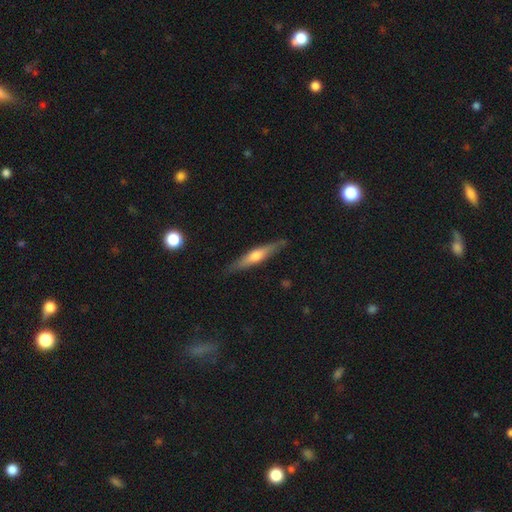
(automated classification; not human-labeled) smooth_or_featured: featured or disk (p=0.51) [alt: smooth p=0.43]
disk_edge_on: yes (p=0.93) [alt: no p=0.07]
merging: none (p=0.85) [alt: minor disturbance p=0.11]